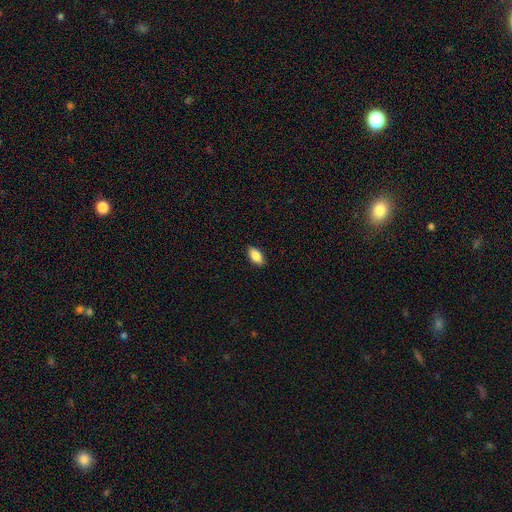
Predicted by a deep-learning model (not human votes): Smooth or featured? smooth (86%)
How rounded? in between (91%)
Merging? none (87%)